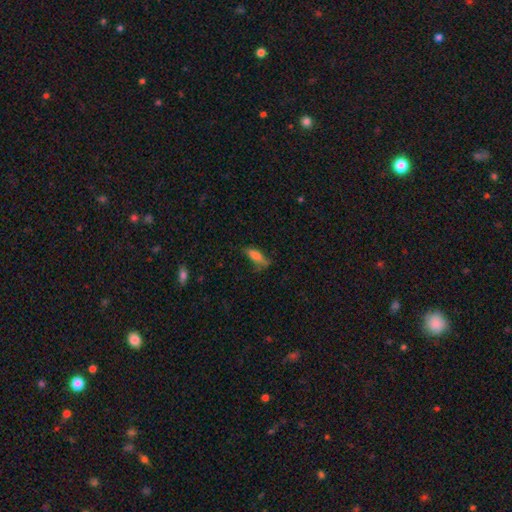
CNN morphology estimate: Smooth or featured: smooth — 77% (featured or disk — 14%)
How rounded: in between — 59% (cigar-shaped — 38%)
Merging: none — 52% (minor disturbance — 31%)